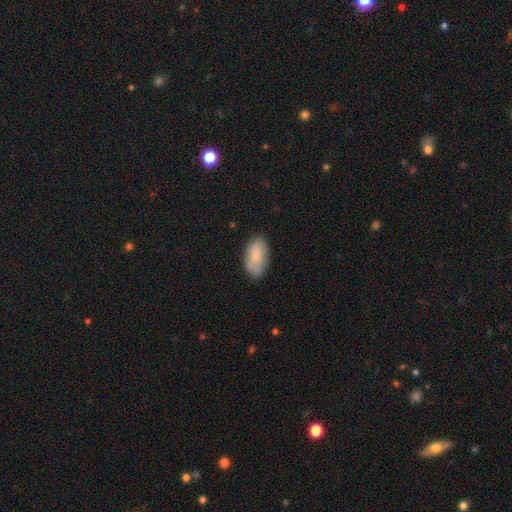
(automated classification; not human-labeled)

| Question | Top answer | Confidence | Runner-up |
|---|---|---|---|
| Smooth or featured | smooth | 76% | featured or disk (18%) |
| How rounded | in between | 94% | round (3%) |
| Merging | none | 77% | minor disturbance (18%) |